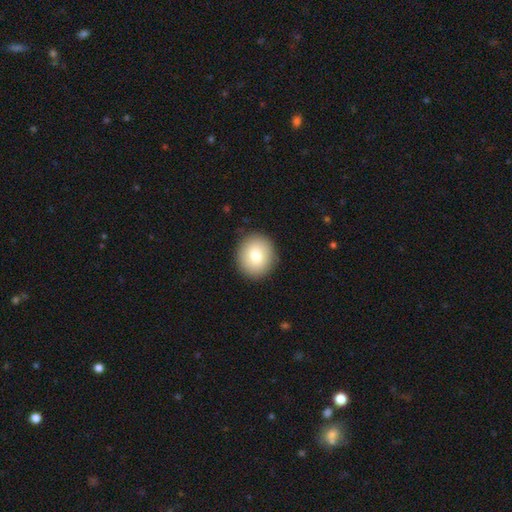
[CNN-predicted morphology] A smooth galaxy with no disk features (80%) that is round (82%).

Vote fractions:
- Smooth or featured? smooth: 80% / featured or disk: 12% / star or artifact: 8%
- How rounded? round: 82% / in between: 17% / cigar-shaped: 1%
- Merging? none: 90% / minor disturbance: 7% / major disturbance: 2% / merger: 1%